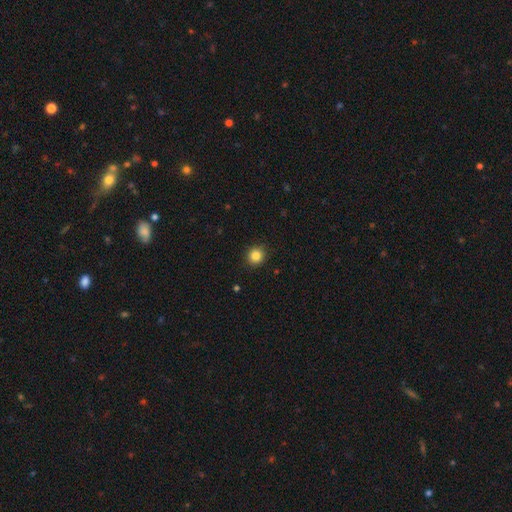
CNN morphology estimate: smooth-or-featured: smooth: 85% | star or artifact: 11% | featured or disk: 4%
  how-rounded: round: 91% | in between: 8% | cigar-shaped: 1%
  merging: none: 92% | minor disturbance: 6% | major disturbance: 2% | merger: 1%